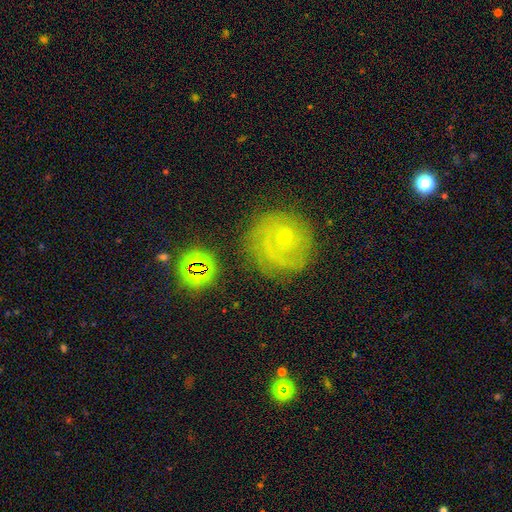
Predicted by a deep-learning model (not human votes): featured or disk 45%, smooth 29%, star or artifact 26%. Down the decision tree: merging — none (81%).